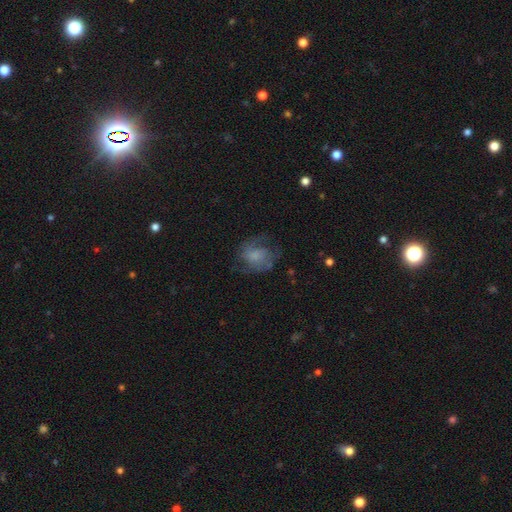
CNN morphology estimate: Smooth or featured? Predicted: featured or disk (p=0.49). Merging? Predicted: none (p=0.53).